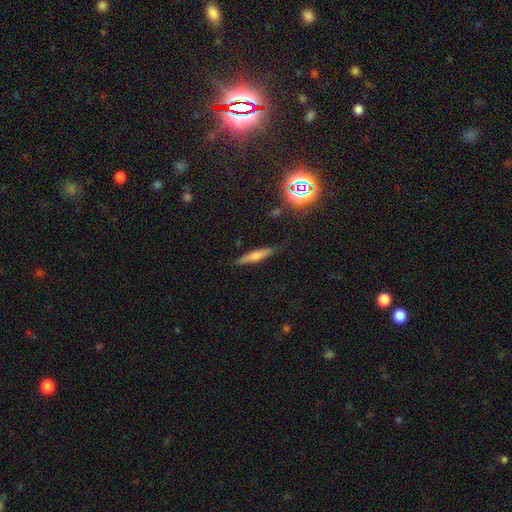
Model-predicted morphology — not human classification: Q: Smooth or featured?
A: smooth (52%); runner-up: featured or disk (36%)
Q: How rounded?
A: cigar-shaped (83%); runner-up: in between (14%)
Q: Merging?
A: none (85%); runner-up: minor disturbance (11%)